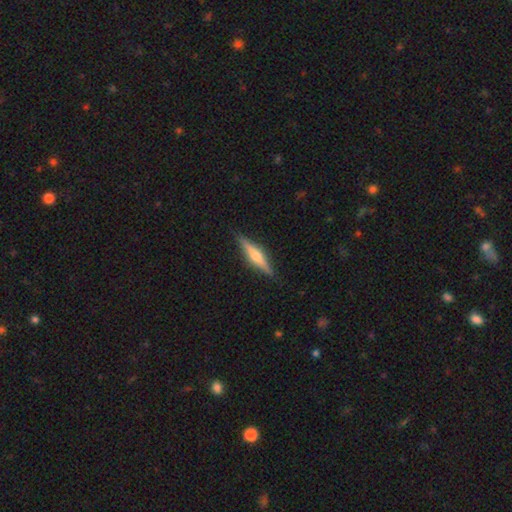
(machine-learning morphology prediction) smooth-or-featured: featured or disk: 66% | smooth: 28% | star or artifact: 6%
  disk-edge-on: yes: 97% | no: 3%
    edge-on-bulge: rounded: 83% | boxy: 9% | none: 8%
  merging: none: 90% | minor disturbance: 8% | major disturbance: 2% | merger: 1%